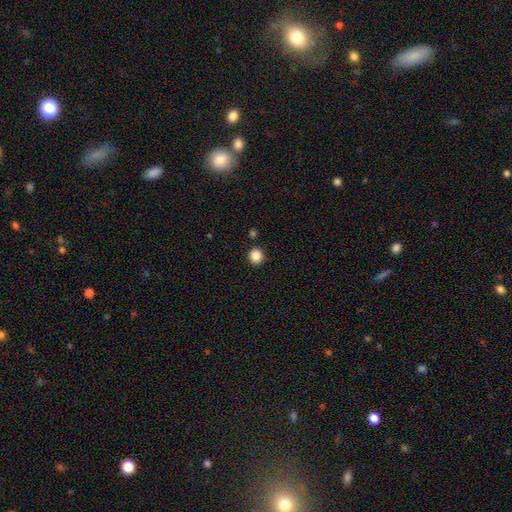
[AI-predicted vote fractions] The model was most divided on "smooth or featured": smooth: 86%, star or artifact: 11%, featured or disk: 4%. More confident: merging — none (91%); how rounded — round (89%).